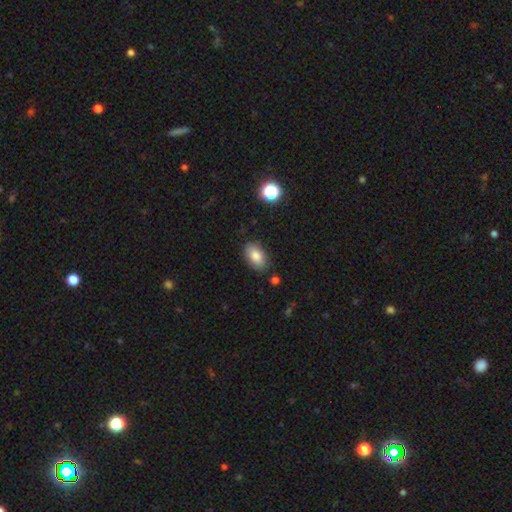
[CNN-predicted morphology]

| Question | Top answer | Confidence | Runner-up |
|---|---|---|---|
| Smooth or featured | smooth | 84% | star or artifact (8%) |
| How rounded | in between | 91% | round (7%) |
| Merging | none | 84% | minor disturbance (11%) |